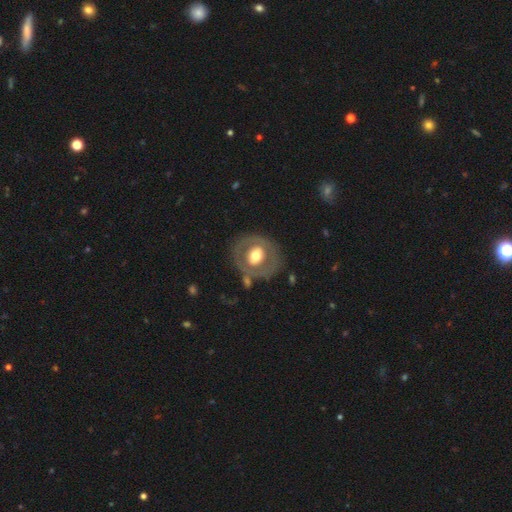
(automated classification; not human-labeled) Smooth or featured?
  - featured or disk: 52% *
  - smooth: 42%
  - star or artifact: 6%
Edge-on disk?
  - no: 94% *
  - yes: 6%
Merging?
  - none: 71% *
  - minor disturbance: 15%
  - major disturbance: 9%
  - merger: 5%